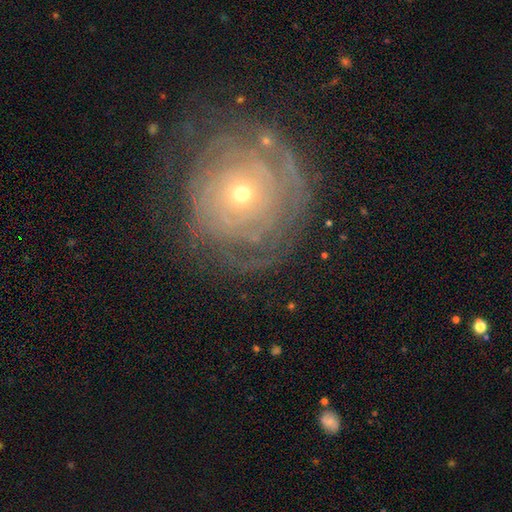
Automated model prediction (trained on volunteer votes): smooth_or_featured: featured or disk (p=0.73) [alt: smooth p=0.17]
disk_edge_on: no (p=0.96) [alt: yes p=0.04]
bar: no (p=0.84) [alt: weak p=0.12]
has_spiral_arms: yes (p=0.81) [alt: no p=0.19]
spiral_winding: tight (p=0.81) [alt: medium p=0.14]
spiral_arm_count: can't tell (p=0.53) [alt: 2 p=0.12]
bulge_size: small (p=0.64) [alt: moderate p=0.32]
merging: none (p=0.74) [alt: minor disturbance p=0.15]